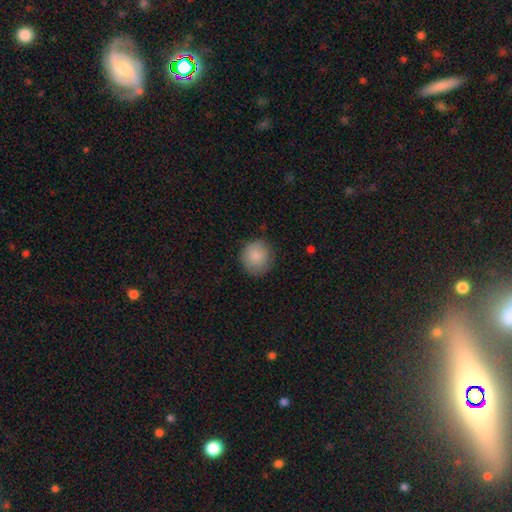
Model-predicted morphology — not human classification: Smooth or featured? Predicted: smooth (p=0.86). How rounded? Predicted: round (p=0.90). Merging? Predicted: none (p=0.80).